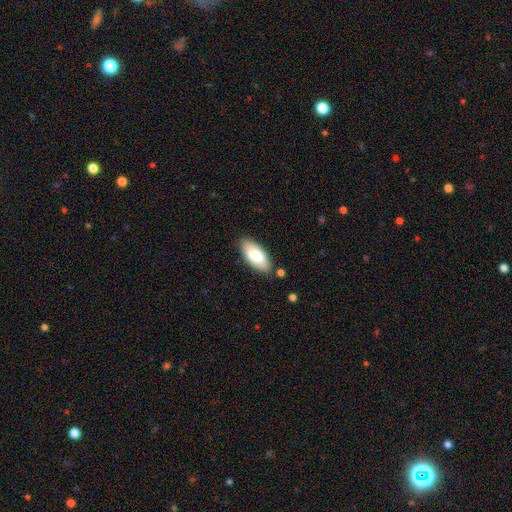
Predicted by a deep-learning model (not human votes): Morphology: type=smooth (80%); roundness=in between (88%); merging=none (83%).